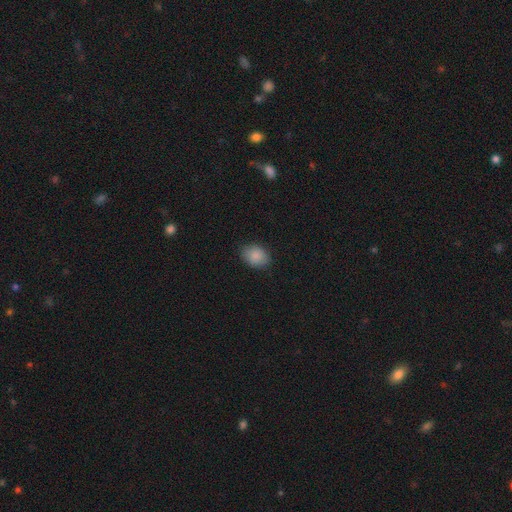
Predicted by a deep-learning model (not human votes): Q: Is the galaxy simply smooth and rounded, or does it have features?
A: smooth — 88%.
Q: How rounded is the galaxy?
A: in between — 63%.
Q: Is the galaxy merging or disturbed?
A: none — 83%.